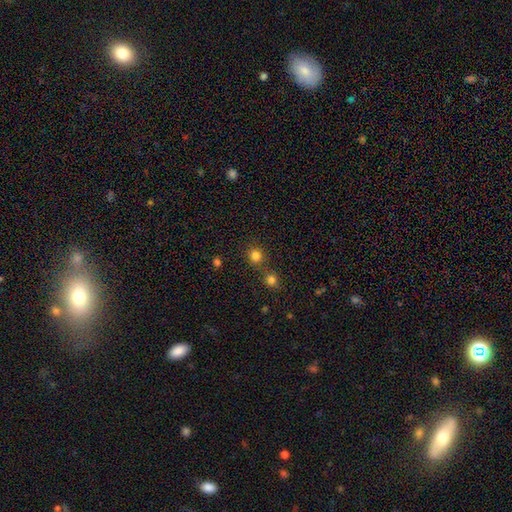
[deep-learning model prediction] Morphology: type=smooth (80%); roundness=round (88%); merging=none (75%).